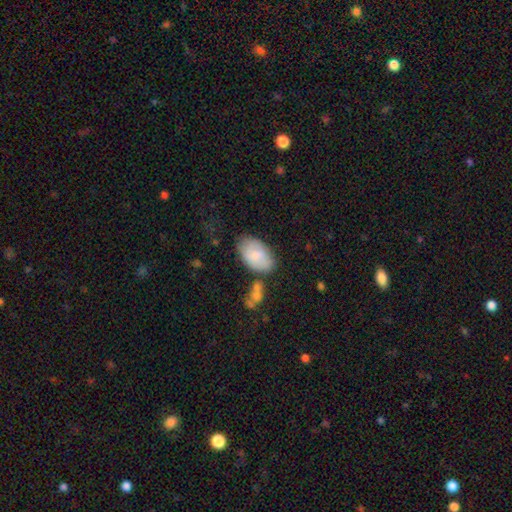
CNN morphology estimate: A smooth galaxy with no disk features (76%) that is in between round and cigar-shaped (93%).

Vote fractions:
- Smooth or featured? smooth: 76% / featured or disk: 18% / star or artifact: 6%
- How rounded? in between: 93% / round: 5% / cigar-shaped: 1%
- Merging? none: 64% / minor disturbance: 21% / merger: 9% / major disturbance: 6%